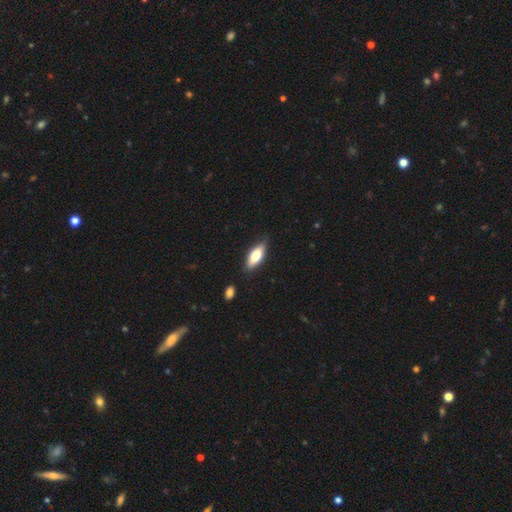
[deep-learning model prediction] Overall: smooth (72%). How rounded: in between (67%; cigar-shaped 31%). Merging: none (84%).